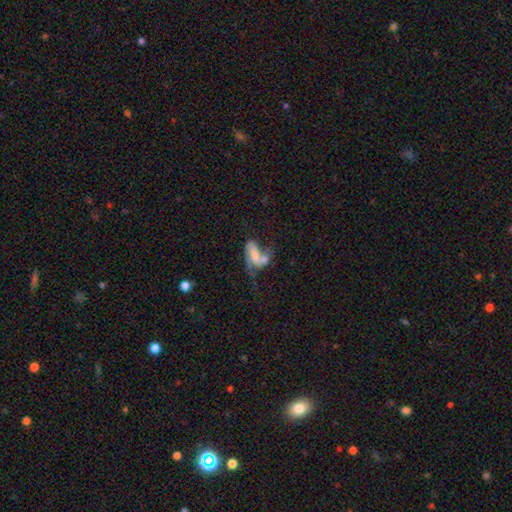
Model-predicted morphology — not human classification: The model was most divided on "smooth or featured": featured or disk: 47%, smooth: 43%, star or artifact: 10%. Remaining: merging — merger (48%).